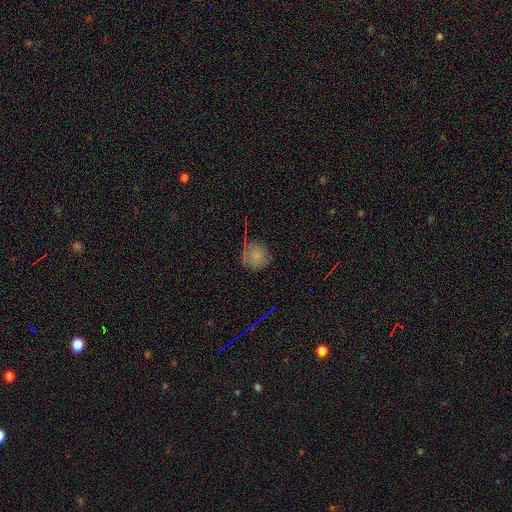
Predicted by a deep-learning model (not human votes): Smooth or featured?
  - smooth: 70% *
  - star or artifact: 19%
  - featured or disk: 11%
How rounded?
  - round: 89% *
  - in between: 10%
  - cigar-shaped: 1%
Merging?
  - none: 73% *
  - minor disturbance: 19%
  - major disturbance: 6%
  - merger: 2%